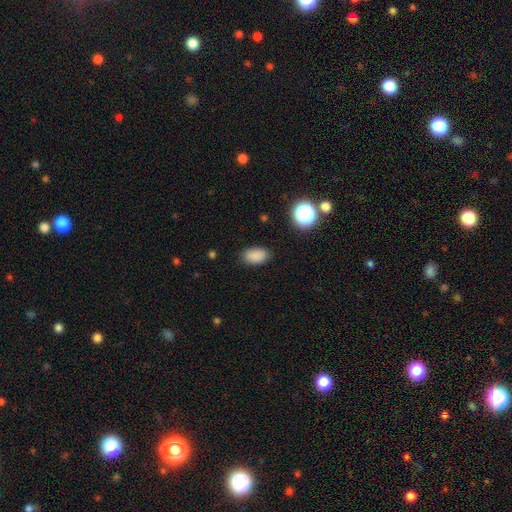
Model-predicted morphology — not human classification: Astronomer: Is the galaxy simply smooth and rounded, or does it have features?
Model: smooth — 86%.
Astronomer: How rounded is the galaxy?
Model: in between — 90%.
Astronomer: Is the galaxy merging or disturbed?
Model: none — 86%.